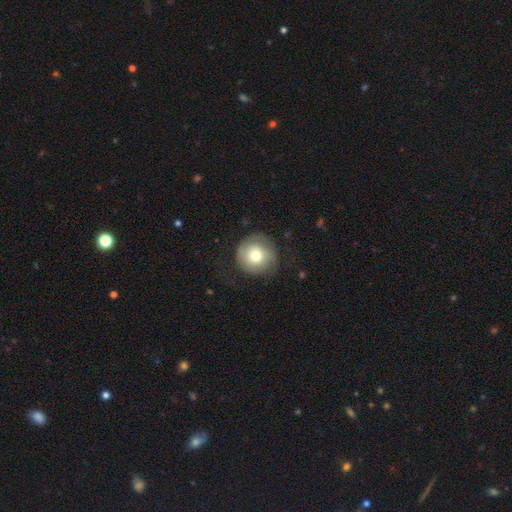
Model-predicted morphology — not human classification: Smooth or featured? smooth (66%)
How rounded? round (94%)
Merging? none (71%)